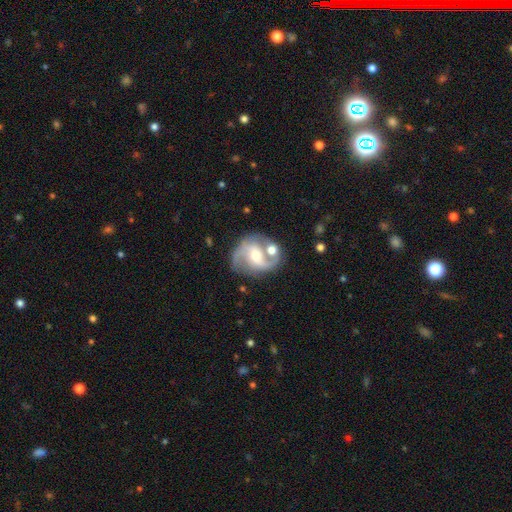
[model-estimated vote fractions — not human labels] Q: Smooth or featured?
A: featured or disk (83%); runner-up: smooth (11%)
Q: Edge-on disk?
A: no (98%); runner-up: yes (2%)
Q: Bar?
A: weak (44%); runner-up: no (36%)
Q: Spiral arms?
A: yes (93%); runner-up: no (7%)
Q: Spiral winding?
A: medium (50%); runner-up: loose (37%)
Q: Spiral arm count?
A: 2 (87%); runner-up: can't tell (4%)
Q: Bulge size?
A: moderate (60%); runner-up: small (32%)
Q: Merging?
A: none (57%); runner-up: merger (20%)